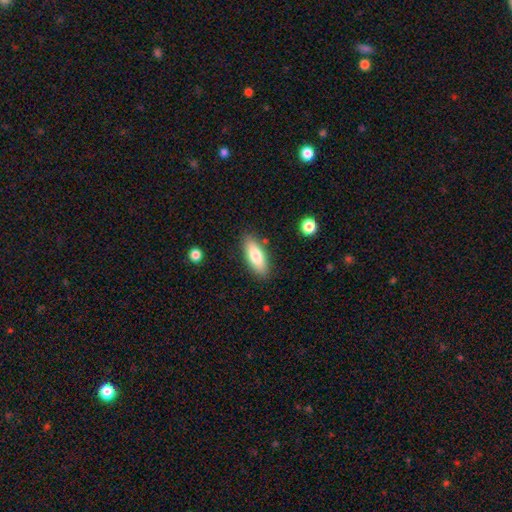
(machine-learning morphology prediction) Q: Smooth or featured?
A: smooth (76%); runner-up: featured or disk (18%)
Q: How rounded?
A: in between (69%); runner-up: cigar-shaped (29%)
Q: Merging?
A: none (85%); runner-up: minor disturbance (10%)